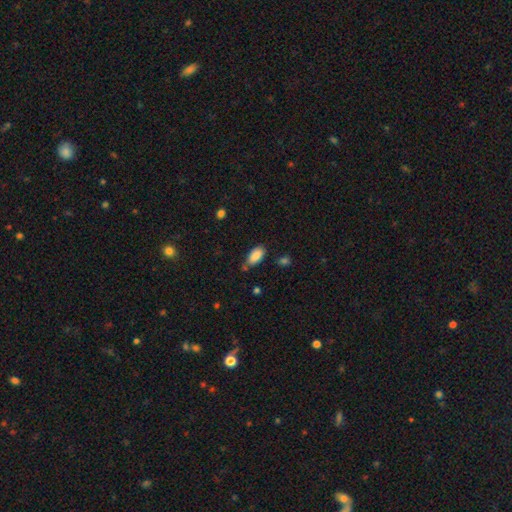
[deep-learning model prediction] Smooth or featured? smooth (88%)
How rounded? in between (92%)
Merging? none (72%)